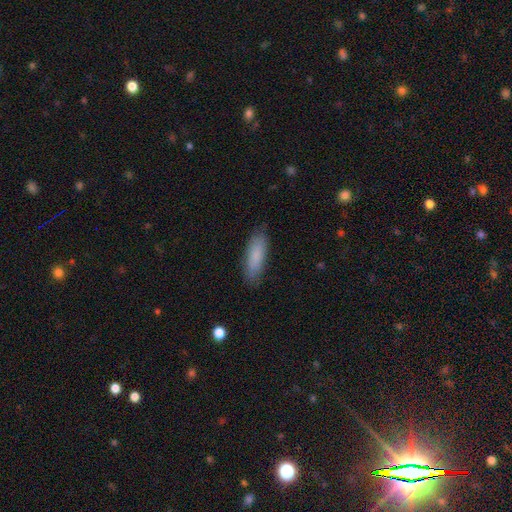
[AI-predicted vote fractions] This appears to be a smooth galaxy with no disk features (85%) that is in between round and cigar-shaped (52%). Merging: none (84%).